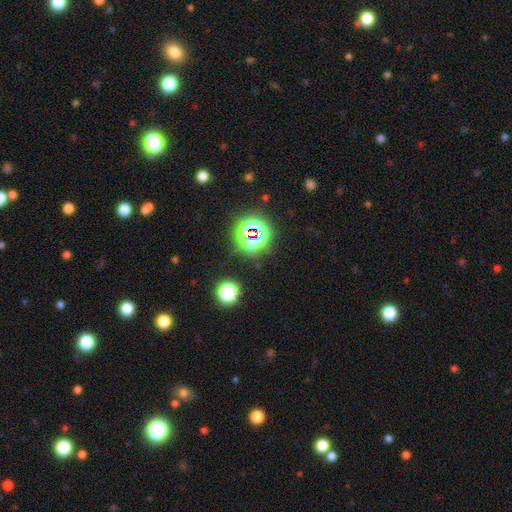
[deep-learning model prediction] Smooth or featured?
  - star or artifact: 78% *
  - smooth: 15%
  - featured or disk: 7%